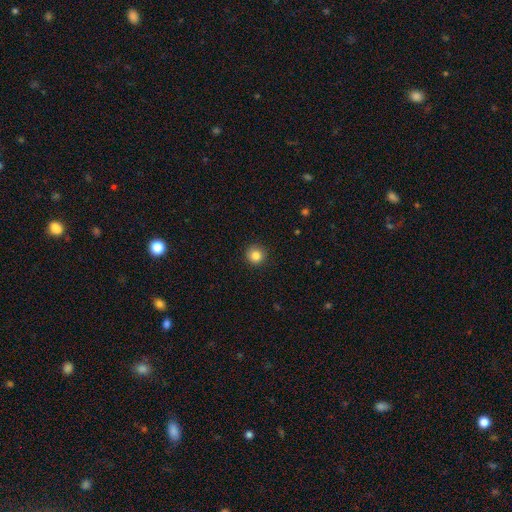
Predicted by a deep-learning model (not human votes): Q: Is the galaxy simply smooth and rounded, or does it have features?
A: smooth — 84%.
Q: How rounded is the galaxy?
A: round — 95%.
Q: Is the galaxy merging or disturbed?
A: none — 91%.